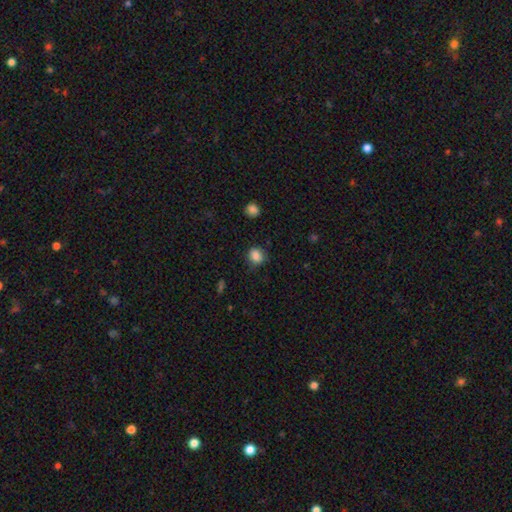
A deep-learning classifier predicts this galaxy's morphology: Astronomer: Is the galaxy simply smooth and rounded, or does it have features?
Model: smooth — 85%.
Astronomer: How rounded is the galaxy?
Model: round — 64%.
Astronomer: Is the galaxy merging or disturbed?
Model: none — 76%.